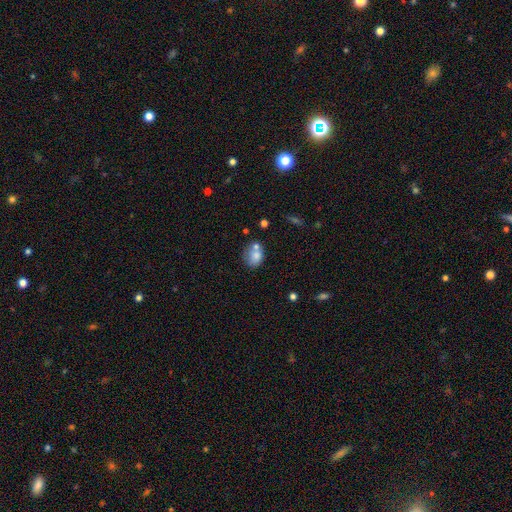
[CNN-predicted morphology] This is likely a smooth galaxy (74%). How rounded: possibly in between (57%). Merging: marginally none (45%).